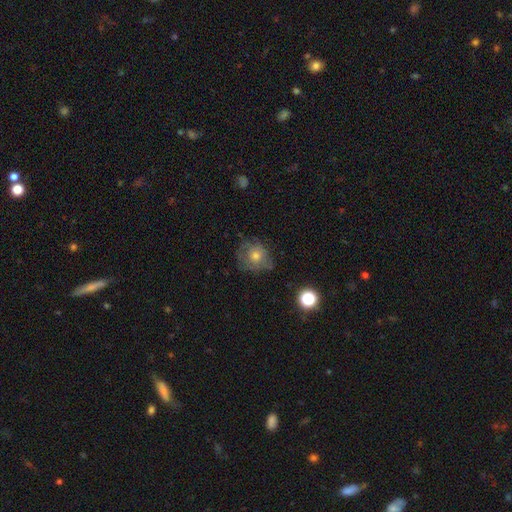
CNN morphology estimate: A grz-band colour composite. It shows a smooth galaxy with no disk features (56%) that is round (83%). Merging: none (65%).